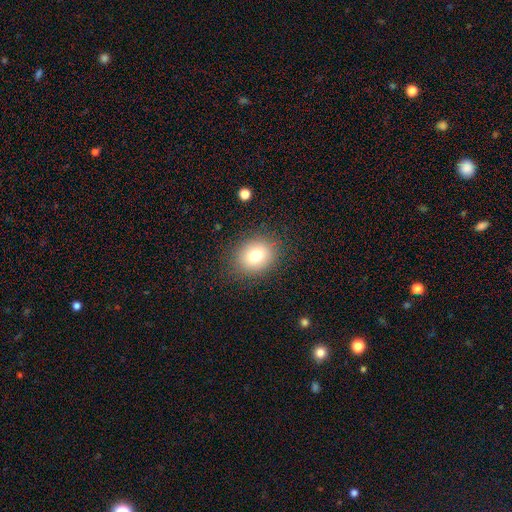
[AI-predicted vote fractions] Morphology: type=smooth (77%); roundness=round (57%); merging=none (86%).